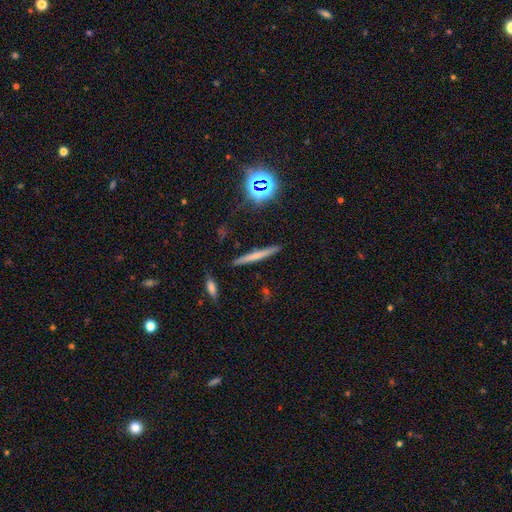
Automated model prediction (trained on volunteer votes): smooth-or-featured: smooth: 56% | featured or disk: 32% | star or artifact: 13%
  how-rounded: cigar-shaped: 94% | in between: 4% | round: 3%
  merging: none: 88% | minor disturbance: 8% | major disturbance: 2% | merger: 2%